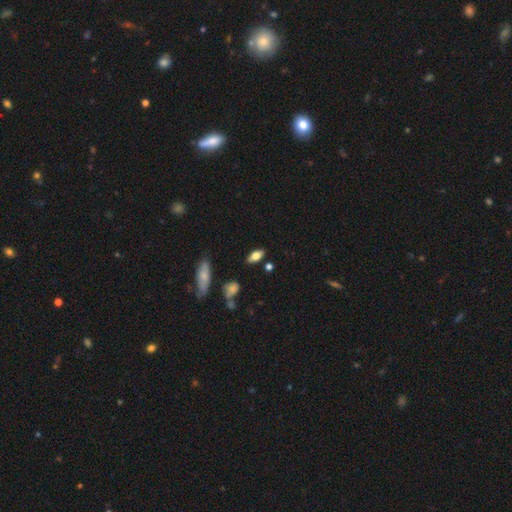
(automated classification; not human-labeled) A smooth galaxy with no disk features (71%) that is in between round and cigar-shaped (83%). Merging: none (83%).